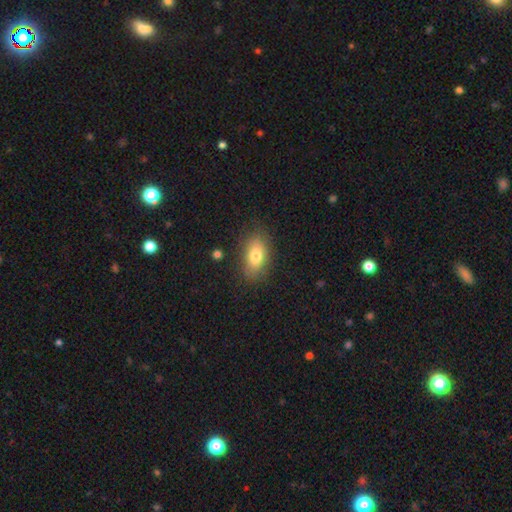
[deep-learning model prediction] smooth_or_featured: smooth (p=0.77) [alt: featured or disk p=0.15]
how_rounded: in between (p=0.88) [alt: round p=0.08]
merging: none (p=0.81) [alt: minor disturbance p=0.14]